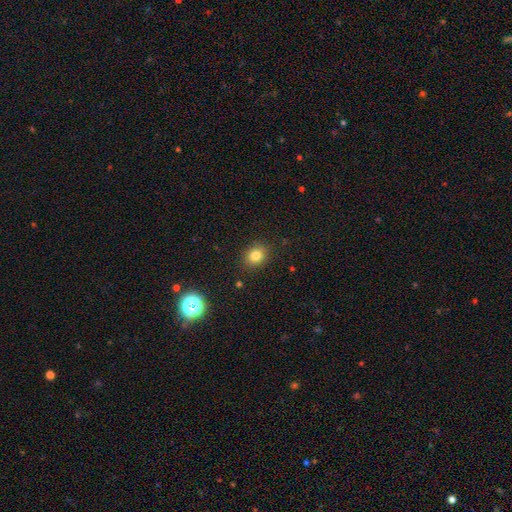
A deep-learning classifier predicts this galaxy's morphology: Q: Smooth or featured?
A: smooth (80%); runner-up: star or artifact (13%)
Q: How rounded?
A: round (65%); runner-up: in between (34%)
Q: Merging?
A: none (87%); runner-up: minor disturbance (9%)